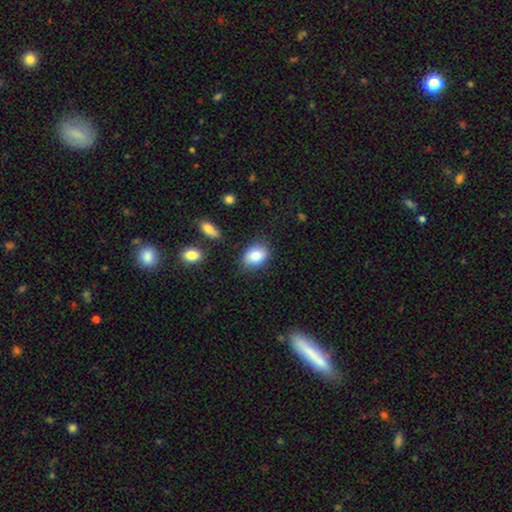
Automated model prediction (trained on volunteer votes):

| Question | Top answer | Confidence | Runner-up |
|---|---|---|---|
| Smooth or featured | smooth | 83% | featured or disk (9%) |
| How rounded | in between | 75% | round (24%) |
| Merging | none | 82% | minor disturbance (13%) |